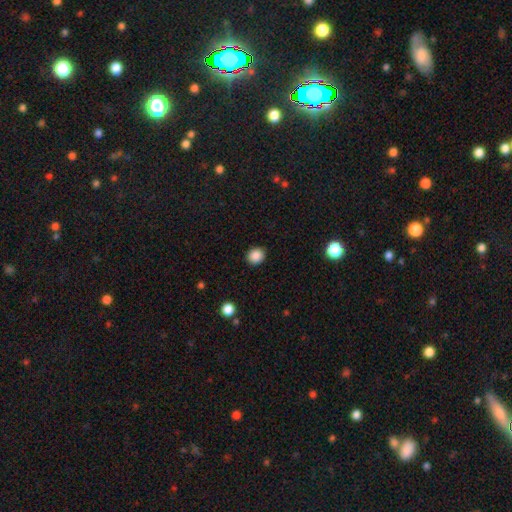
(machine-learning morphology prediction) Q: Smooth or featured?
A: smooth (88%); runner-up: star or artifact (10%)
Q: How rounded?
A: round (79%); runner-up: in between (21%)
Q: Merging?
A: none (90%); runner-up: minor disturbance (6%)